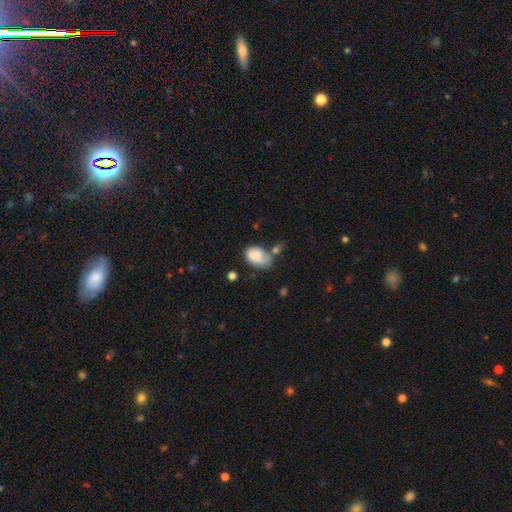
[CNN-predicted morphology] Q: Smooth or featured?
A: smooth (79%); runner-up: featured or disk (14%)
Q: How rounded?
A: in between (85%); runner-up: round (14%)
Q: Merging?
A: none (32%); runner-up: minor disturbance (29%)